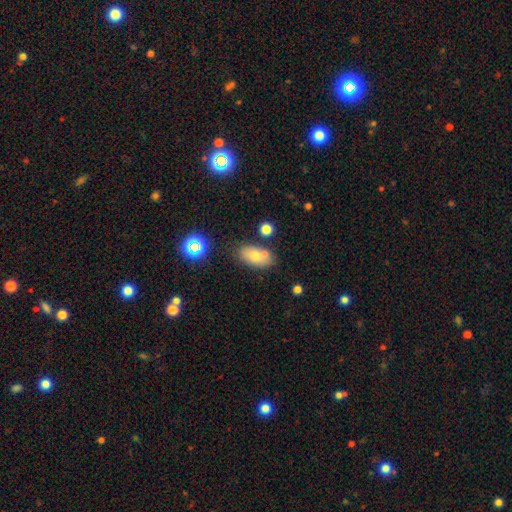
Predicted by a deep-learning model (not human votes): Smooth or featured?
  - smooth: 70% *
  - featured or disk: 18%
  - star or artifact: 12%
How rounded?
  - in between: 89% *
  - round: 9%
  - cigar-shaped: 3%
Merging?
  - none: 65% *
  - merger: 17%
  - minor disturbance: 14%
  - major disturbance: 4%